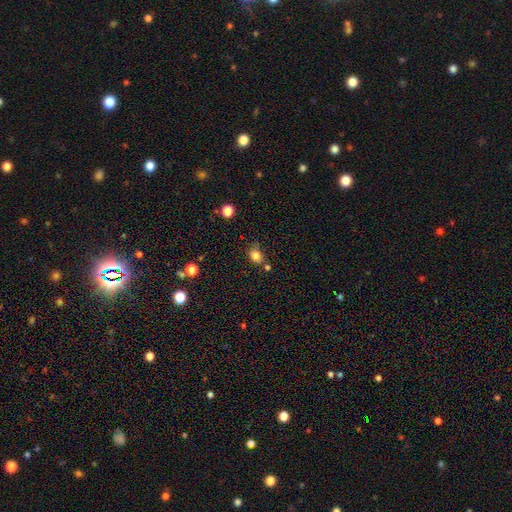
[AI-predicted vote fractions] smooth-or-featured: smooth: 81% | star or artifact: 13% | featured or disk: 6%
  how-rounded: in between: 53% | round: 46% | cigar-shaped: 1%
  merging: none: 64% | minor disturbance: 21% | merger: 9% | major disturbance: 5%